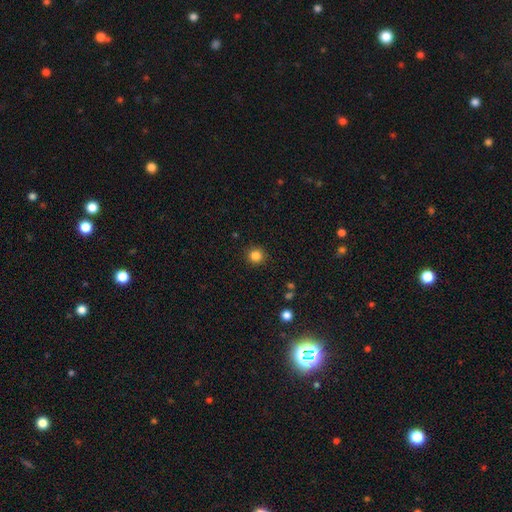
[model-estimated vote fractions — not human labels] Smooth or featured? Predicted: smooth (p=0.84). How rounded? Predicted: round (p=0.94). Merging? Predicted: none (p=0.91).